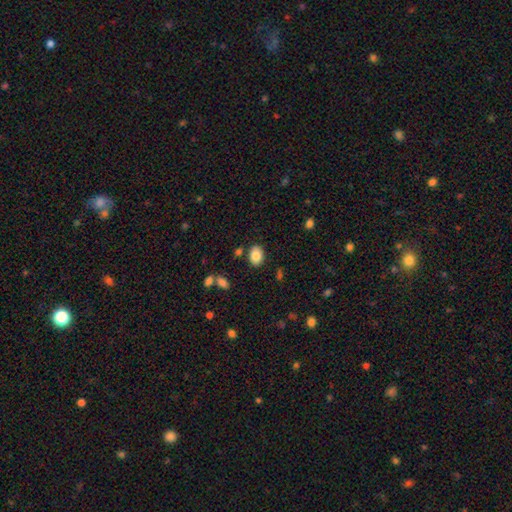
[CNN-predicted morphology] smooth_or_featured: smooth (p=0.85) [alt: star or artifact p=0.08]
how_rounded: in between (p=0.81) [alt: round p=0.18]
merging: none (p=0.82) [alt: minor disturbance p=0.11]